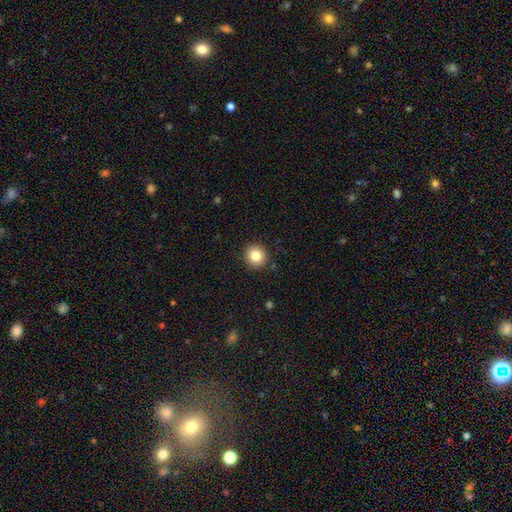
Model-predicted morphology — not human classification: type=smooth (83%); roundness=round (92%); merging=none (90%).